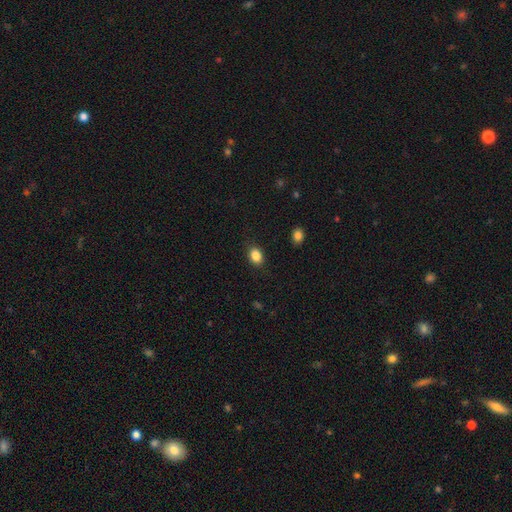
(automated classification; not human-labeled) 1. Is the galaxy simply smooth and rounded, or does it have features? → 86% smooth, 9% star or artifact, 4% featured or disk.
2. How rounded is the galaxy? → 66% in between, 33% round, 1% cigar-shaped.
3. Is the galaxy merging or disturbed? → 86% none, 10% minor disturbance, 3% major disturbance, 1% merger.